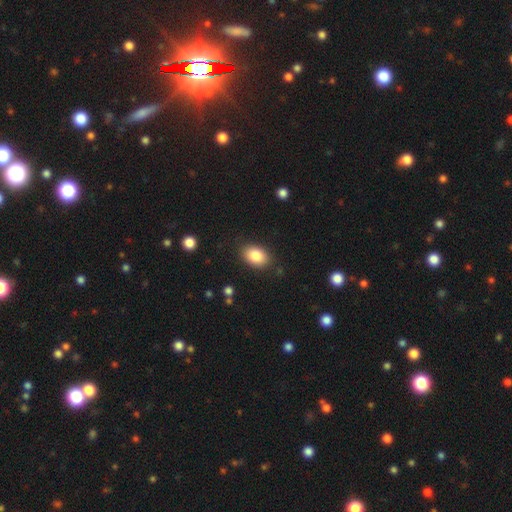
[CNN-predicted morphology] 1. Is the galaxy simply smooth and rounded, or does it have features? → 85% smooth, 8% star or artifact, 8% featured or disk.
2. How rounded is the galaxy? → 85% in between, 14% round, 1% cigar-shaped.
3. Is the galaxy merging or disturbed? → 85% none, 10% minor disturbance, 3% major disturbance, 1% merger.